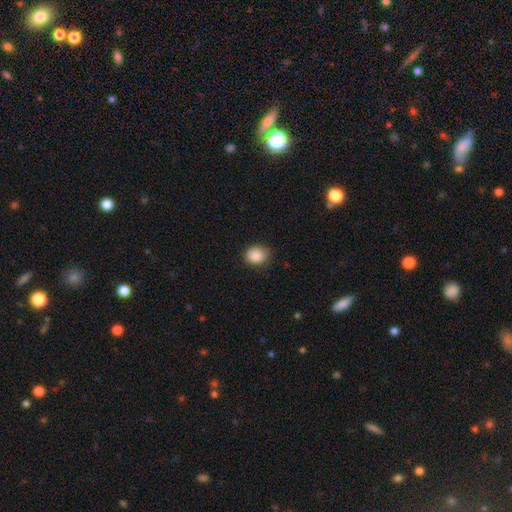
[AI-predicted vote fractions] Smooth or featured?
  - smooth: 88% *
  - star or artifact: 8%
  - featured or disk: 4%
How rounded?
  - round: 69% *
  - in between: 31%
  - cigar-shaped: 1%
Merging?
  - none: 79% *
  - minor disturbance: 17%
  - major disturbance: 3%
  - merger: 1%